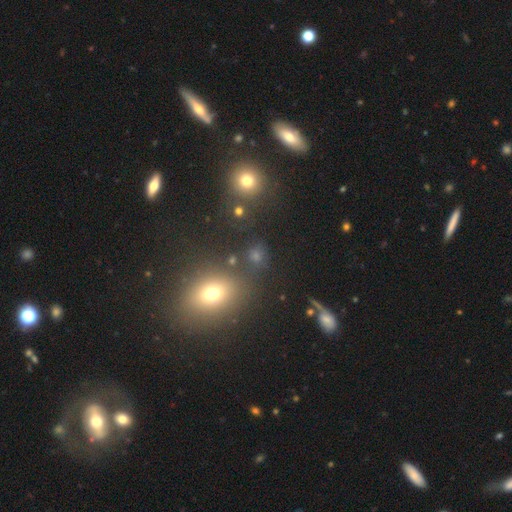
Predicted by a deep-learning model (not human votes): smooth_or_featured: smooth (p=0.59) [alt: star or artifact p=0.30]
how_rounded: round (p=0.66) [alt: in between p=0.31]
merging: none (p=0.73) [alt: minor disturbance p=0.11]